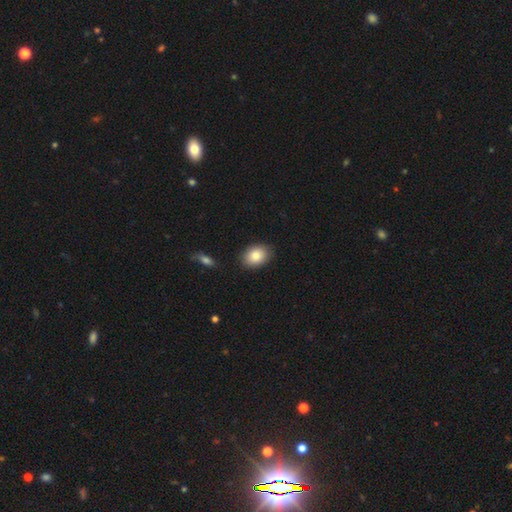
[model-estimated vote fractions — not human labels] Smooth or featured? smooth (84%)
How rounded? in between (76%)
Merging? none (87%)